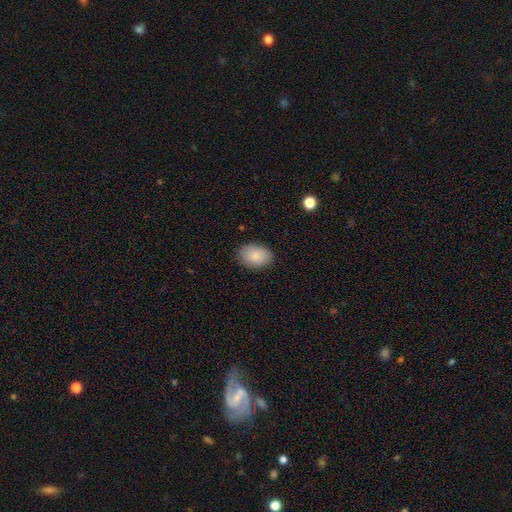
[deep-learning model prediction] smooth 86%, featured or disk 7%, star or artifact 7%. Down the decision tree: how rounded — in between (83%); merging — none (86%).